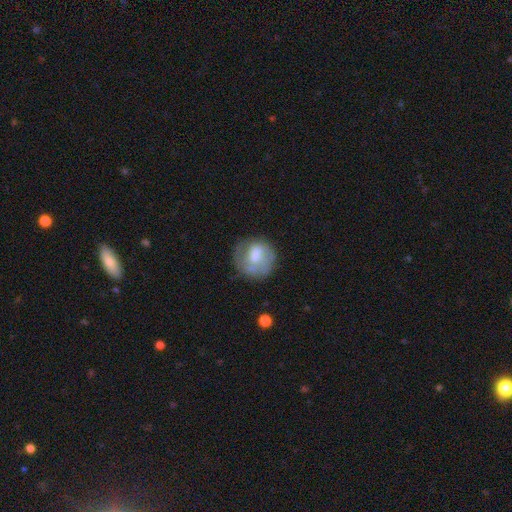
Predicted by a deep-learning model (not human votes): Smooth or featured? Predicted: smooth (p=0.58). How rounded? Predicted: round (p=0.82). Merging? Predicted: none (p=0.57).